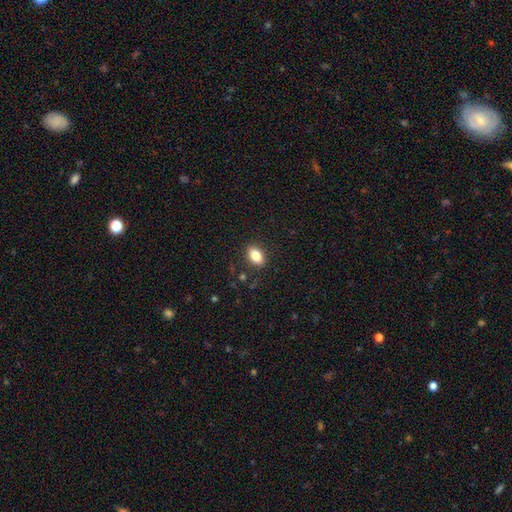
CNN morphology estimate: Overall: smooth (82%). How rounded: in between (86%). Merging: none (88%).